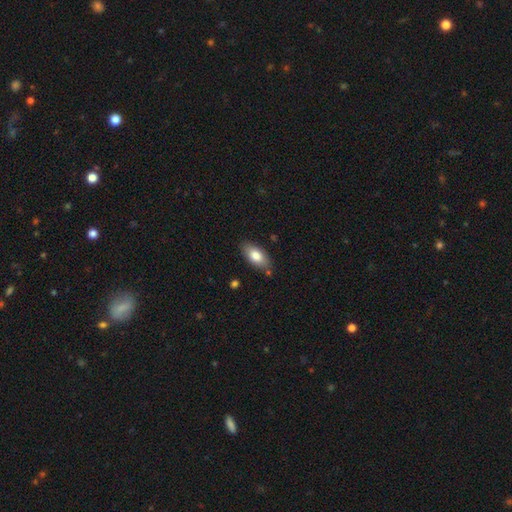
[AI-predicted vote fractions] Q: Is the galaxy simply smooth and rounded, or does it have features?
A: smooth — 79%.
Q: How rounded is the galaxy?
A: in between — 90%.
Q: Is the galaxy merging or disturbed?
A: none — 81%.